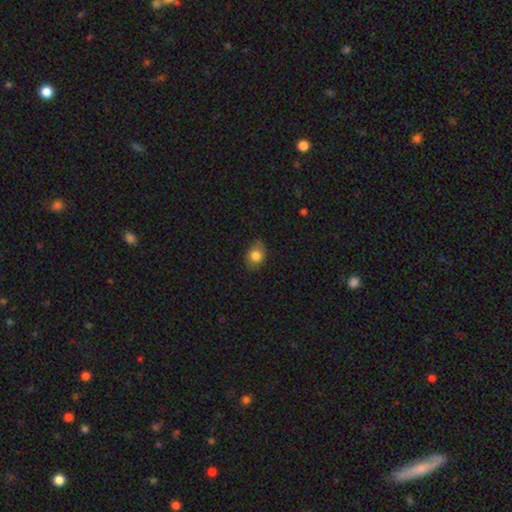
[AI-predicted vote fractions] A smooth galaxy with no disk features (81%) that is in between round and cigar-shaped (56%).

Vote fractions:
- Smooth or featured? smooth: 81% / featured or disk: 10% / star or artifact: 9%
- How rounded? in between: 56% / round: 43% / cigar-shaped: 1%
- Merging? none: 75% / minor disturbance: 20% / major disturbance: 4% / merger: 1%